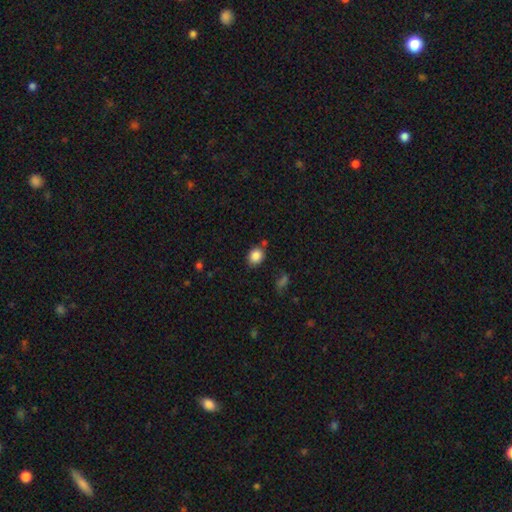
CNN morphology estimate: The model was most divided on "how rounded": round: 54%, in between: 45%, cigar-shaped: 1%. More confident: smooth or featured — smooth (85%); merging — none (76%).